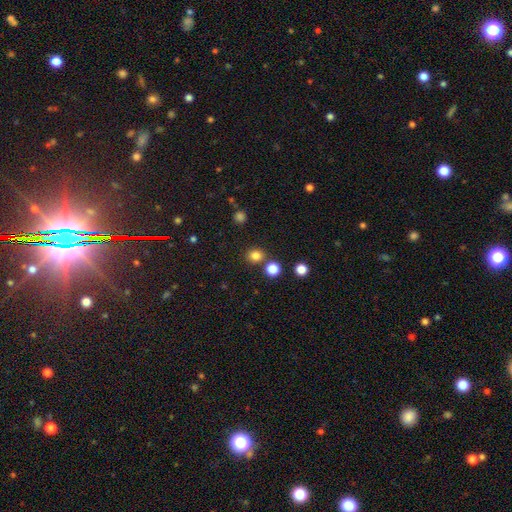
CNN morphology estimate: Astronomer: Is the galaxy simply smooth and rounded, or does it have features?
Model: smooth — 81%.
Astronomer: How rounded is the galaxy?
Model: round — 83%.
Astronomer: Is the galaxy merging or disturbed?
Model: none — 79%.